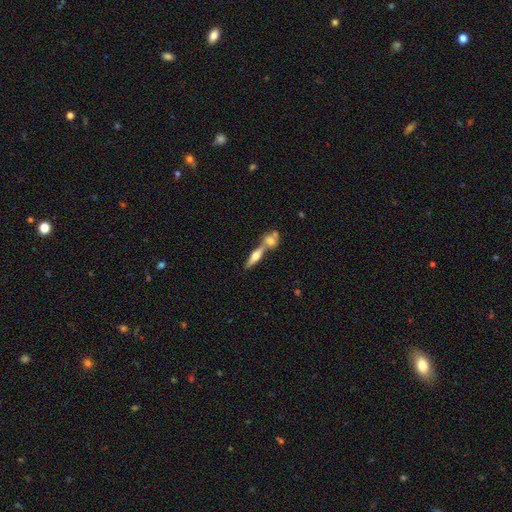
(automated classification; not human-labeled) A featured or disk galaxy (49%).

Vote fractions:
- Smooth or featured? featured or disk: 49% / smooth: 44% / star or artifact: 7%
- Merging? none: 45% / merger: 44% / minor disturbance: 8% / major disturbance: 3%